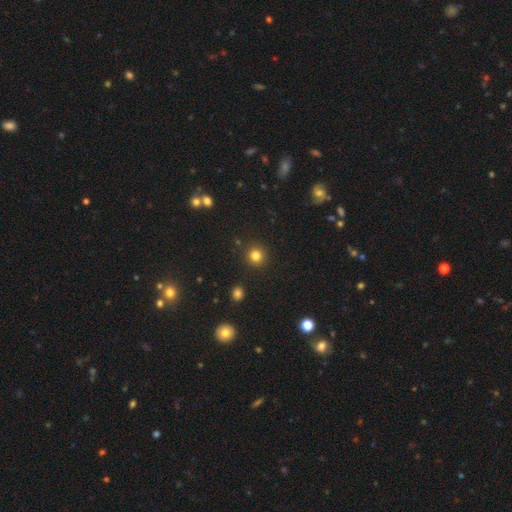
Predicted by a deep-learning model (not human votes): smooth-or-featured: smooth: 82% | star or artifact: 13% | featured or disk: 5%
  how-rounded: round: 93% | in between: 6% | cigar-shaped: 1%
  merging: none: 91% | minor disturbance: 5% | major disturbance: 2% | merger: 2%